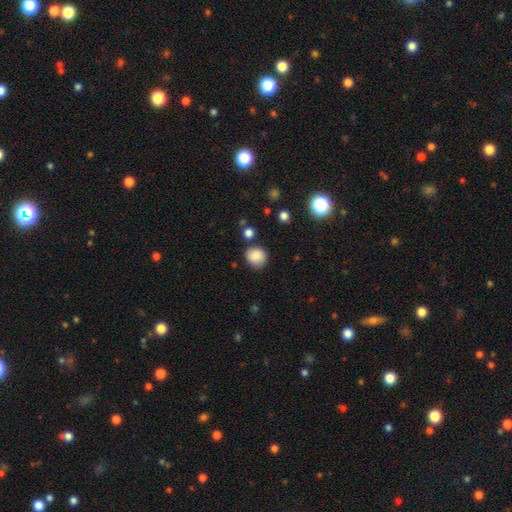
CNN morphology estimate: Smooth or featured? Predicted: smooth (p=0.86). How rounded? Predicted: round (p=0.85). Merging? Predicted: none (p=0.79).